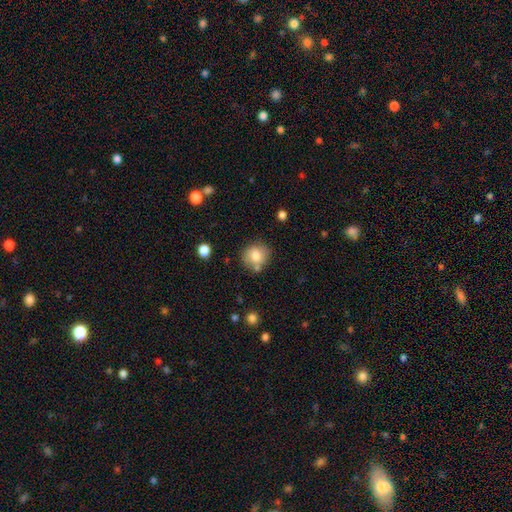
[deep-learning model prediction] This appears to be a smooth galaxy with no disk features (78%) that is round (76%). Merging: none (69%).